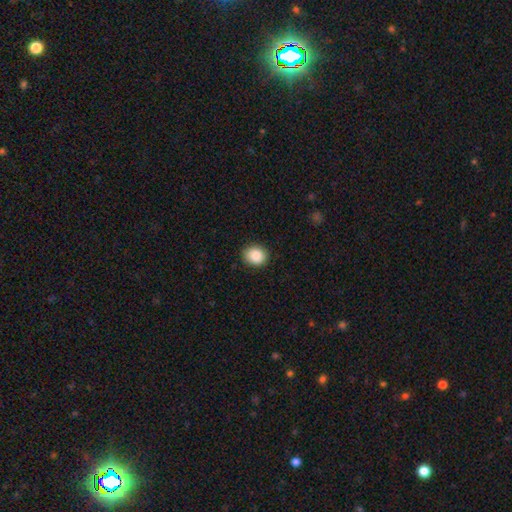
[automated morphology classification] Smooth or featured?
  - smooth: 88% *
  - star or artifact: 8%
  - featured or disk: 4%
How rounded?
  - round: 68% *
  - in between: 31%
  - cigar-shaped: 1%
Merging?
  - none: 88% *
  - minor disturbance: 9%
  - major disturbance: 2%
  - merger: 1%